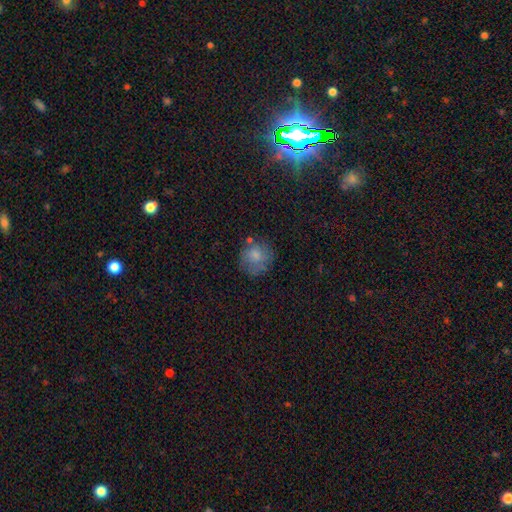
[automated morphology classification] type=smooth (74%); roundness=round (87%); merging=none (66%).